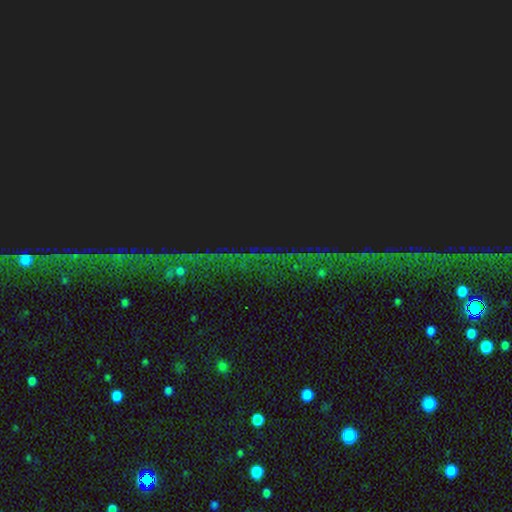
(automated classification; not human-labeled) Smooth or featured? star or artifact (87%)